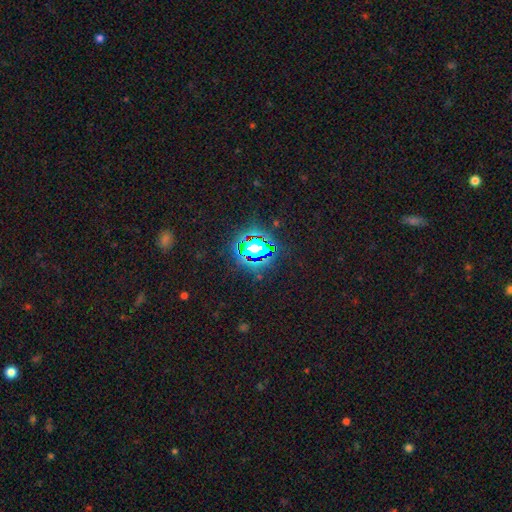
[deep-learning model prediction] Morphology: type=star or artifact (81%).